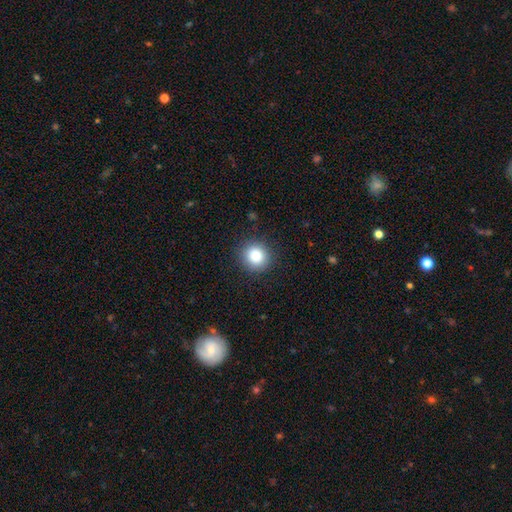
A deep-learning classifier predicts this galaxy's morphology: type=smooth (84%); roundness=round (89%); merging=none (89%).